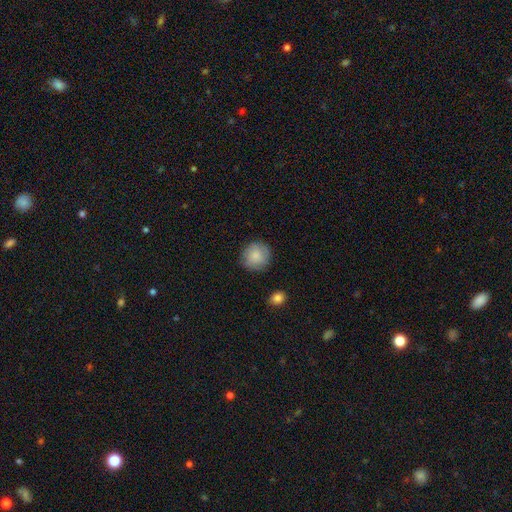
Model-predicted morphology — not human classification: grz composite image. It shows a smooth galaxy with no disk features (82%) that is round (92%). Merging: none (85%).